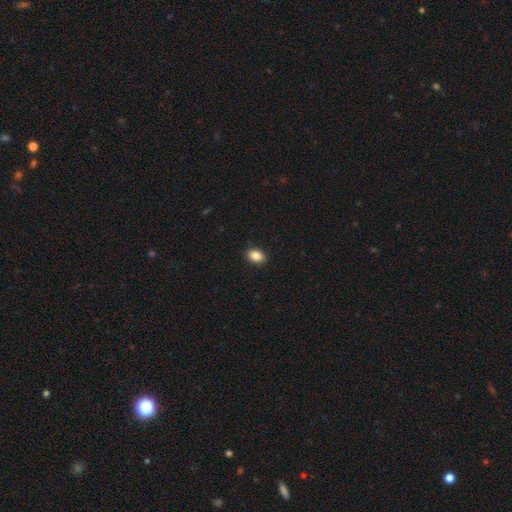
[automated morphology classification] A smooth galaxy with no disk features (87%) that is in between round and cigar-shaped (81%).

Vote fractions:
- Smooth or featured? smooth: 87% / star or artifact: 9% / featured or disk: 5%
- How rounded? in between: 81% / round: 18% / cigar-shaped: 1%
- Merging? none: 90% / minor disturbance: 7% / major disturbance: 2% / merger: 1%